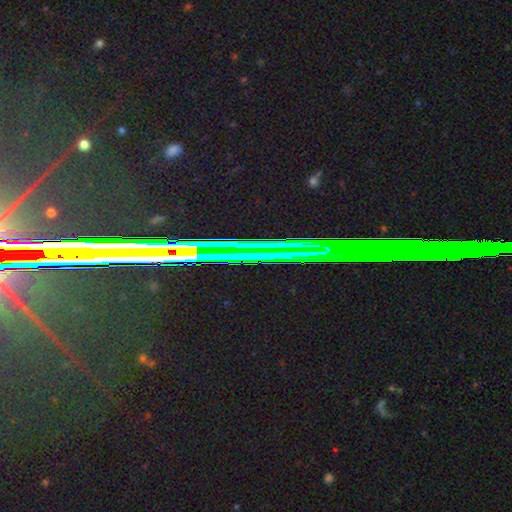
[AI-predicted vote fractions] This appears to be a star or artifact, not a galaxy (83%).